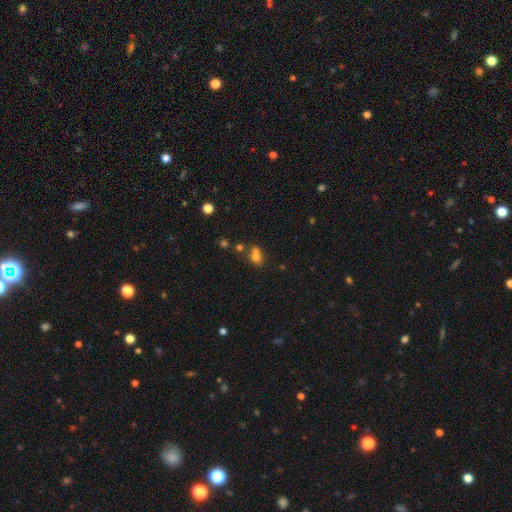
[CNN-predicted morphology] smooth 71%, star or artifact 15%, featured or disk 14%. Down the decision tree: how rounded — in between (54%); merging — merger (42%).